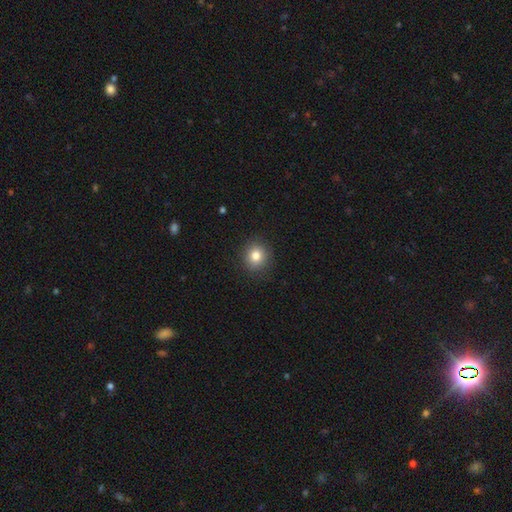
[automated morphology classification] A smooth galaxy with no disk features (82%) that is round (89%). Merging: none (90%).